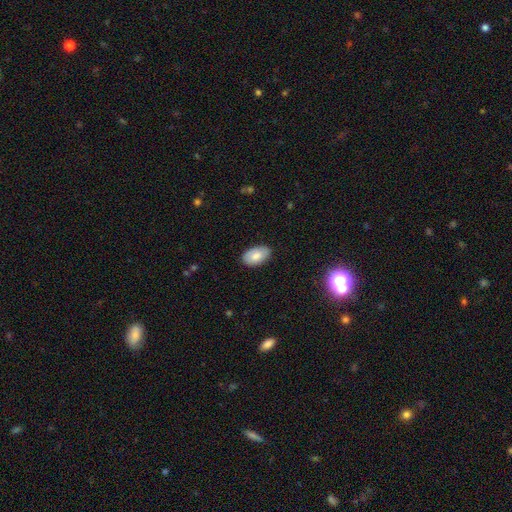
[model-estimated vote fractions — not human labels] Smooth or featured: smooth — 76% (featured or disk — 18%)
How rounded: in between — 94% (round — 4%)
Merging: none — 83% (minor disturbance — 13%)